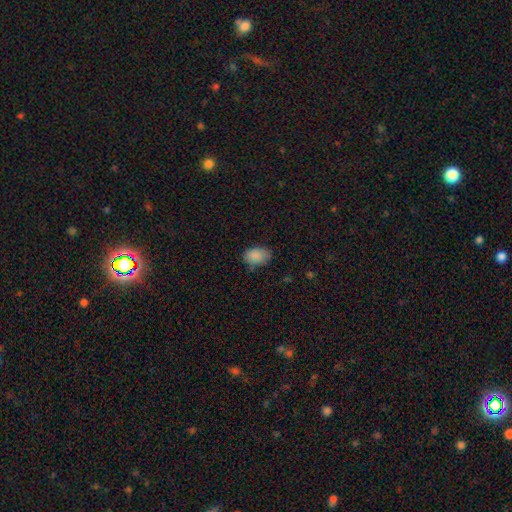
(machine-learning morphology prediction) Overall: smooth (87%). How rounded: in between (82%). Merging: none (72%).